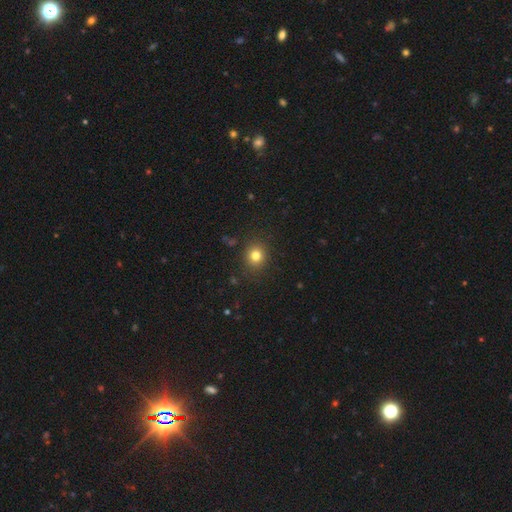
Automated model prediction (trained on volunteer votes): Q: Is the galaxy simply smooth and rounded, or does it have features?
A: smooth — 79%.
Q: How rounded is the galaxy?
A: round — 83%.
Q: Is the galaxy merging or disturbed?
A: none — 89%.